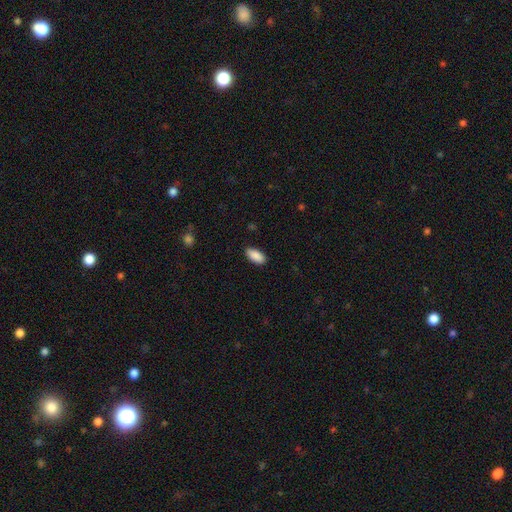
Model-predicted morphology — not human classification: Smooth or featured? Predicted: smooth (p=0.90). How rounded? Predicted: in between (p=0.91). Merging? Predicted: none (p=0.88).